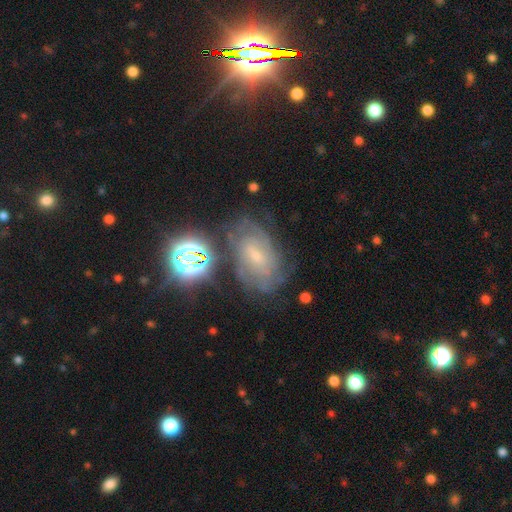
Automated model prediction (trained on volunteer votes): smooth-or-featured: featured or disk: 66% | smooth: 18% | star or artifact: 16%
  disk-edge-on: no: 95% | yes: 5%
    bar: weak: 47% | no: 41% | strong: 12%
    has-spiral-arms: yes: 87% | no: 13%
      spiral-winding: tight: 62% | medium: 29% | loose: 8%
      spiral-arm-count: can't tell: 56% | 2: 16% | 3: 11% | 4: 8% | more than 4: 5% | 1: 5%
    bulge-size: small: 72% | moderate: 19% | none: 6% | large: 2% | dominant: 1%
  merging: none: 67% | minor disturbance: 19% | major disturbance: 9% | merger: 5%